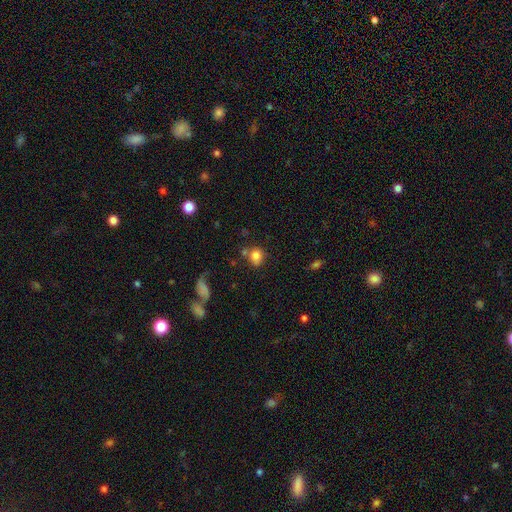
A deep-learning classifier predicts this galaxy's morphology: The model was most divided on "merging": none: 63%, minor disturbance: 16%, merger: 14%, major disturbance: 6%. More confident: smooth or featured — smooth (81%); how rounded — round (73%).